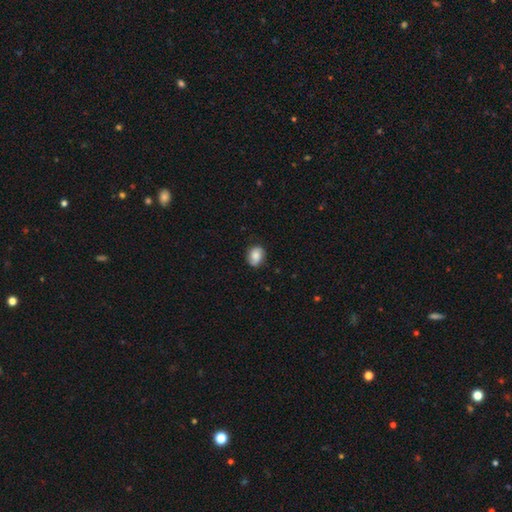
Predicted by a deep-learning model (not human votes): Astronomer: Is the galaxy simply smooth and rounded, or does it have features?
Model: smooth — 73%.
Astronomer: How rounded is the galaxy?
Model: in between — 55% (runner-up: round, 44%).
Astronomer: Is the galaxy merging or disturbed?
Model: none — 77%.